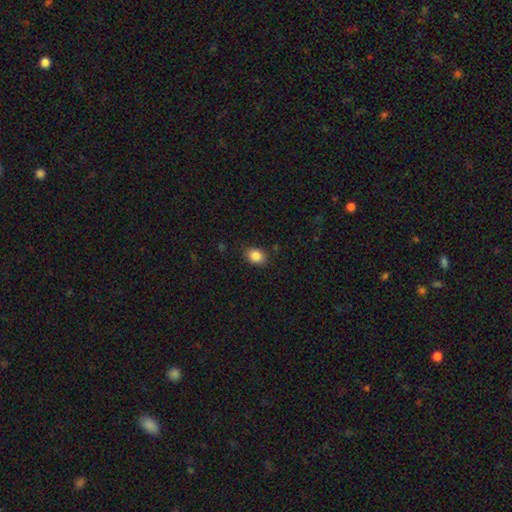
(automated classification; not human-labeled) Q: Smooth or featured?
A: smooth (87%); runner-up: star or artifact (9%)
Q: How rounded?
A: in between (65%); runner-up: round (34%)
Q: Merging?
A: none (85%); runner-up: minor disturbance (11%)